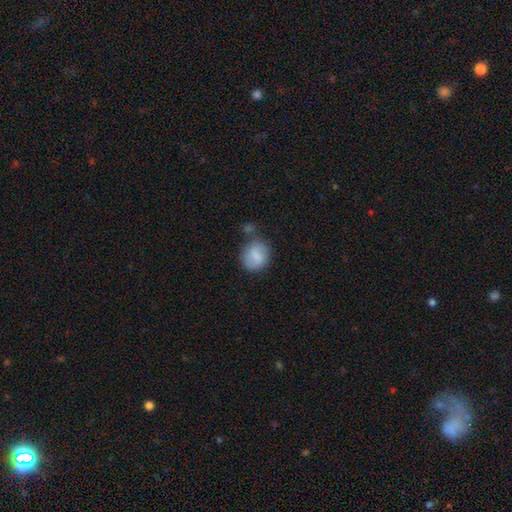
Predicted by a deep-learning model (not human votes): Smooth or featured?
  - smooth: 80% *
  - featured or disk: 13%
  - star or artifact: 7%
How rounded?
  - round: 72% *
  - in between: 27%
  - cigar-shaped: 1%
Merging?
  - none: 58% *
  - minor disturbance: 21%
  - merger: 14%
  - major disturbance: 7%